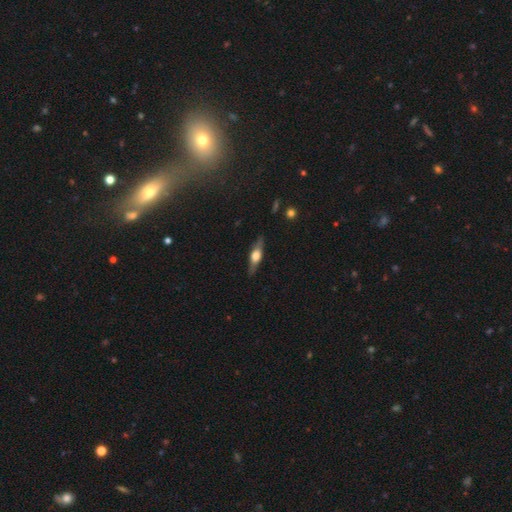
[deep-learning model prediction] Smooth or featured? Predicted: featured or disk (p=0.62). Edge-on disk? Predicted: yes (p=0.92). Edge-on bulge? Predicted: rounded (p=0.89). Merging? Predicted: none (p=0.84).